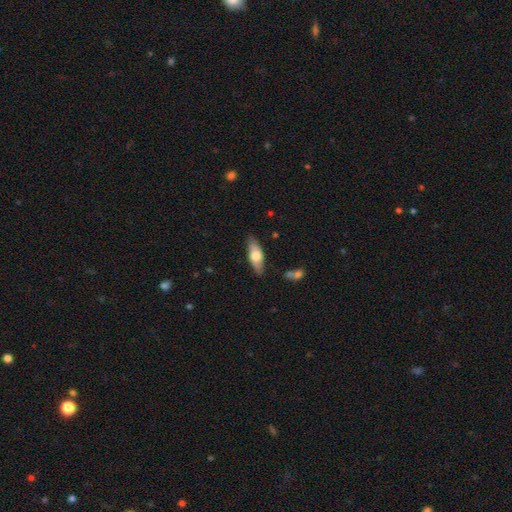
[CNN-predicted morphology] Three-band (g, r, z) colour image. It shows a smooth galaxy with no disk features (62%) that is in between round and cigar-shaped (66%). Merging: none (83%).